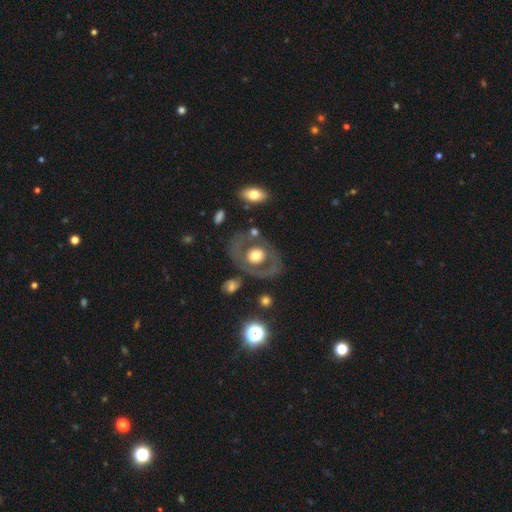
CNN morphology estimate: smooth-or-featured: featured or disk: 55% | smooth: 39% | star or artifact: 7%
  disk-edge-on: no: 94% | yes: 6%
    bar: no: 87% | weak: 9% | strong: 4%
    has-spiral-arms: no: 82% | yes: 18%
    bulge-size: moderate: 56% | large: 32% | small: 7% | dominant: 3% | none: 2%
  merging: none: 73% | minor disturbance: 13% | major disturbance: 10% | merger: 4%